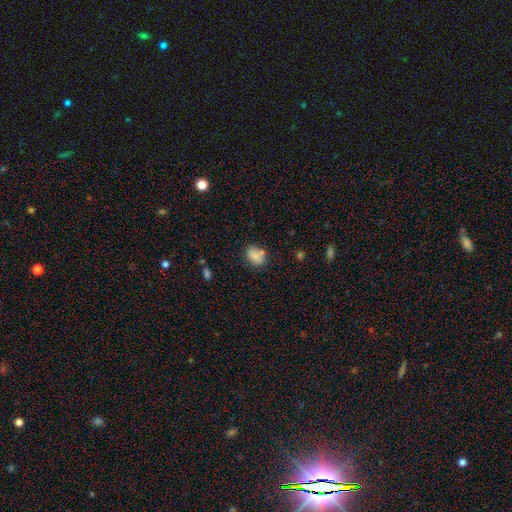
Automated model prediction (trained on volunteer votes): This appears to be a smooth galaxy with no disk features (81%) that is in between round and cigar-shaped (66%). Merging: none (61%).